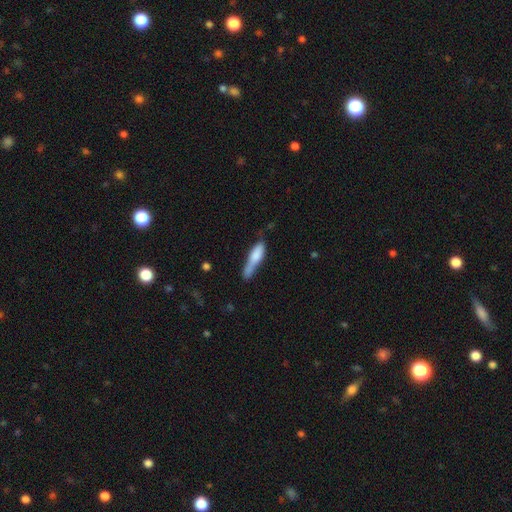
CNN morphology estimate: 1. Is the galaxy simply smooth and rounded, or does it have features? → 74% smooth, 20% featured or disk, 7% star or artifact.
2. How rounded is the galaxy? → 69% cigar-shaped, 29% in between, 2% round.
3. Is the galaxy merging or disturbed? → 35% none, 31% minor disturbance, 19% merger, 15% major disturbance.